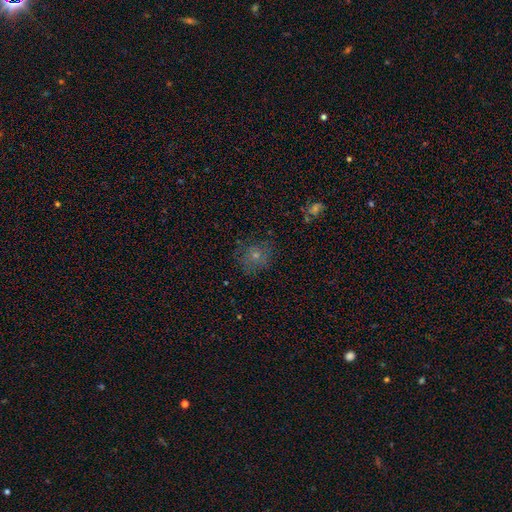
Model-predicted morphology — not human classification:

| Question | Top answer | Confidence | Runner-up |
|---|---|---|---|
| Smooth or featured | smooth | 61% | featured or disk (20%) |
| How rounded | round | 84% | in between (15%) |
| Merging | none | 74% | minor disturbance (17%) |